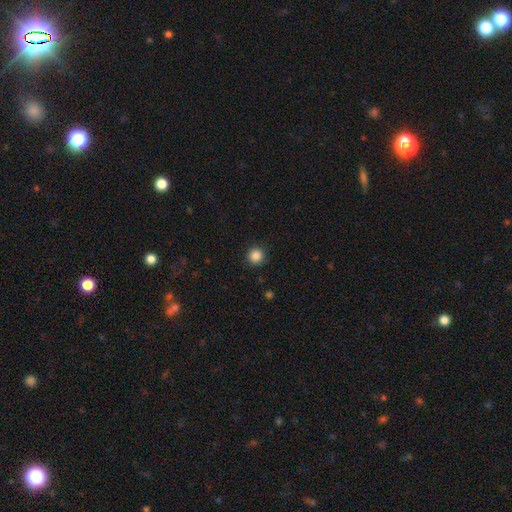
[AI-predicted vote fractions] This is clearly a smooth galaxy (86%). How rounded: clearly round (95%). Merging: clearly none (91%).